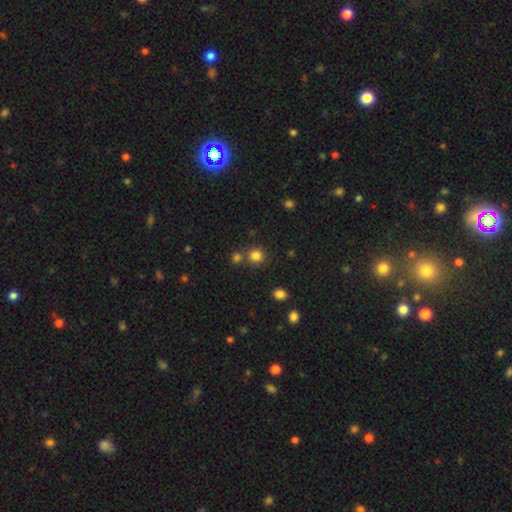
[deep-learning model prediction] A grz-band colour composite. It shows a smooth galaxy with no disk features (81%) that is round (90%). Merging: none (72%).